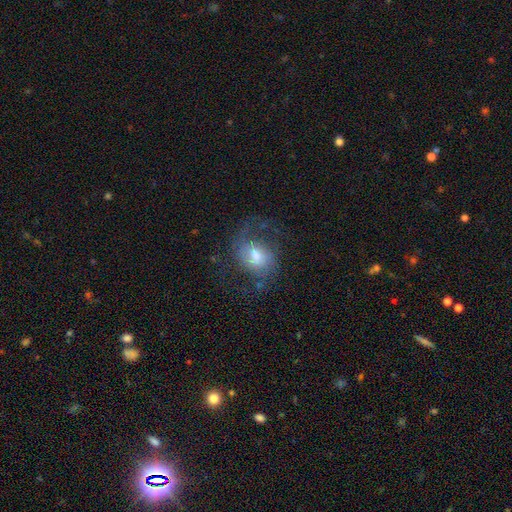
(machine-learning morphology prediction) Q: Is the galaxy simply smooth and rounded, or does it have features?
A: featured or disk — 69%.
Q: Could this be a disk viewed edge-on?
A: no — 97%.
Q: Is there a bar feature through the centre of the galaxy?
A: weak — 50%.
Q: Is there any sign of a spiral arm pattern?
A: yes — 89%.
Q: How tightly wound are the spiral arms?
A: medium — 46%.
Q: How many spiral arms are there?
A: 2 — 74%.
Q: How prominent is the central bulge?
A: moderate — 59%.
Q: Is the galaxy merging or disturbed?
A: none — 57%.